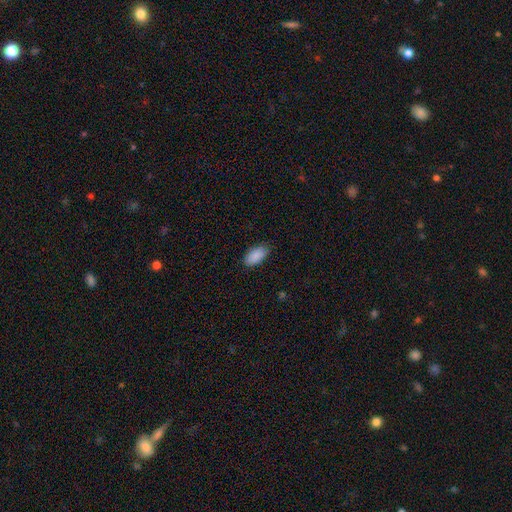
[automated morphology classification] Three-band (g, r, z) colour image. It shows a smooth galaxy with no disk features (90%) that is in between round and cigar-shaped (93%). Merging: none (84%).